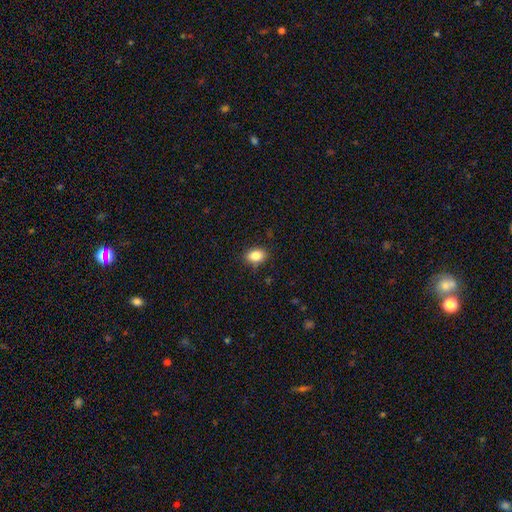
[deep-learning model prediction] The model was most divided on "how rounded": in between: 78%, round: 20%, cigar-shaped: 2%. More confident: merging — none (86%); smooth or featured — smooth (85%).